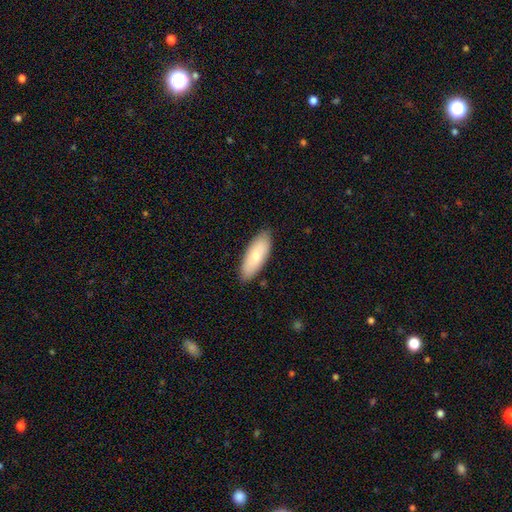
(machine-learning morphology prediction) Q: Smooth or featured?
A: smooth (76%); runner-up: featured or disk (18%)
Q: How rounded?
A: in between (74%); runner-up: cigar-shaped (24%)
Q: Merging?
A: none (86%); runner-up: minor disturbance (11%)